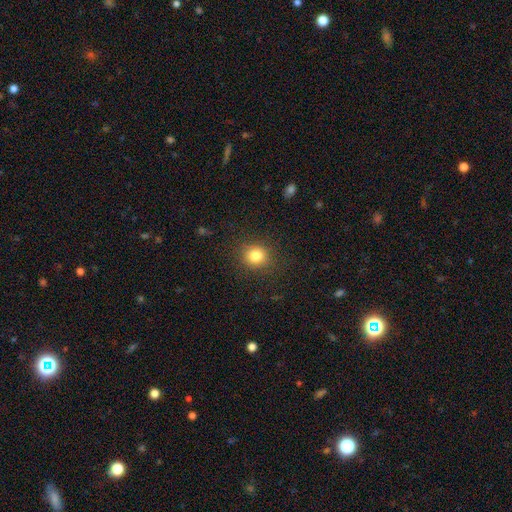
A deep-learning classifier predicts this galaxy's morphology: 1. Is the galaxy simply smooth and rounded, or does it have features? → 82% smooth, 12% star or artifact, 6% featured or disk.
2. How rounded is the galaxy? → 84% round, 15% in between, 1% cigar-shaped.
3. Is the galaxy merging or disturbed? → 88% none, 8% minor disturbance, 3% major disturbance, 1% merger.